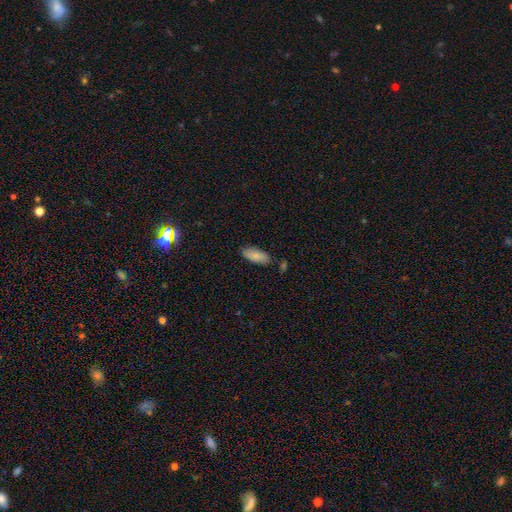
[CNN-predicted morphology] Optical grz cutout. It shows a smooth galaxy with no disk features (84%) that is in between round and cigar-shaped (84%). Merging: none (80%).